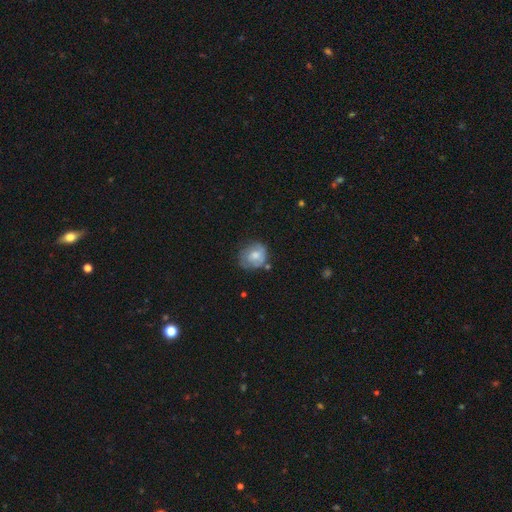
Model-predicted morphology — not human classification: Smooth or featured: smooth — 57% (featured or disk — 35%)
How rounded: round — 69% (in between — 30%)
Merging: none — 55% (minor disturbance — 29%)